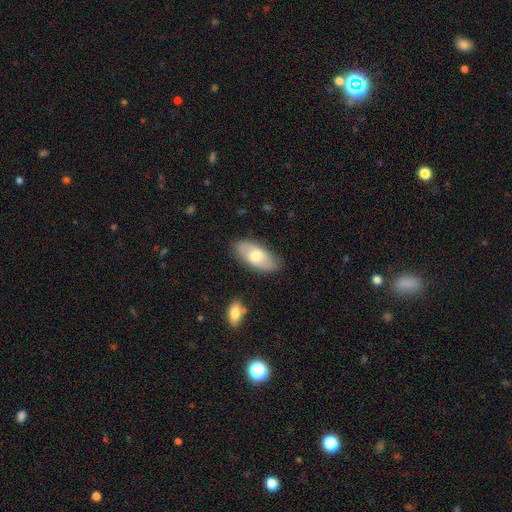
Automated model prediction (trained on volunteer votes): Smooth or featured: smooth — 64% (featured or disk — 30%)
How rounded: in between — 92% (cigar-shaped — 5%)
Merging: none — 83% (minor disturbance — 12%)